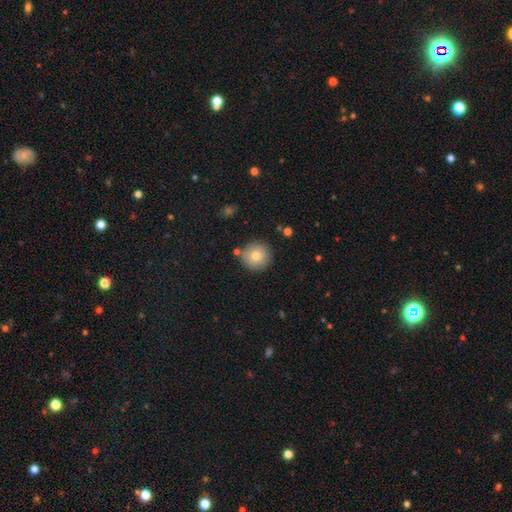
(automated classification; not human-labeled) A smooth galaxy with no disk features (77%) that is round (95%).

Vote fractions:
- Smooth or featured? smooth: 77% / featured or disk: 13% / star or artifact: 10%
- How rounded? round: 95% / in between: 4% / cigar-shaped: 1%
- Merging? none: 85% / minor disturbance: 8% / merger: 4% / major disturbance: 2%